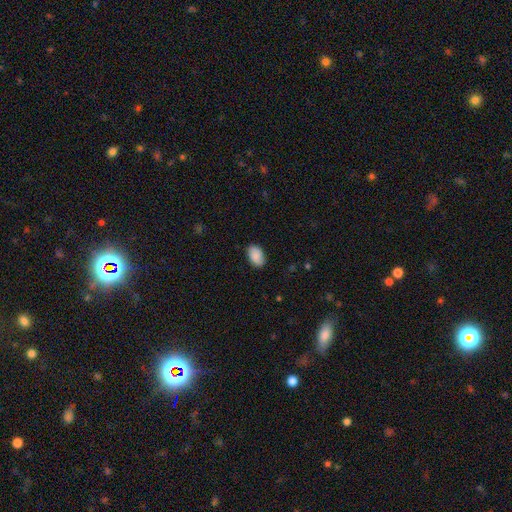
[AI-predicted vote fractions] Smooth or featured: smooth — 87% (star or artifact — 7%)
How rounded: in between — 92% (round — 7%)
Merging: none — 85% (minor disturbance — 12%)